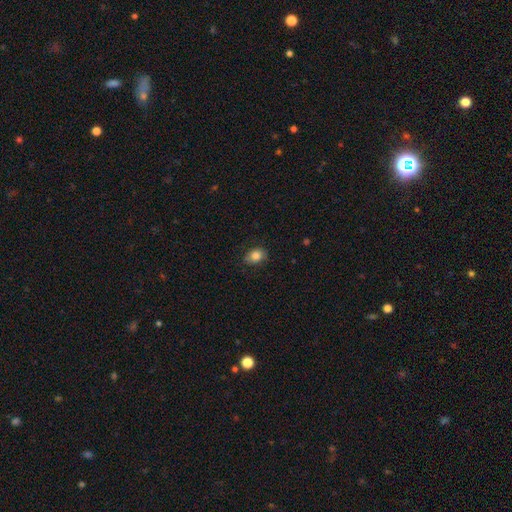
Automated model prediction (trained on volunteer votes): Smooth or featured? Predicted: smooth (p=0.84). How rounded? Predicted: in between (p=0.71). Merging? Predicted: none (p=0.76).